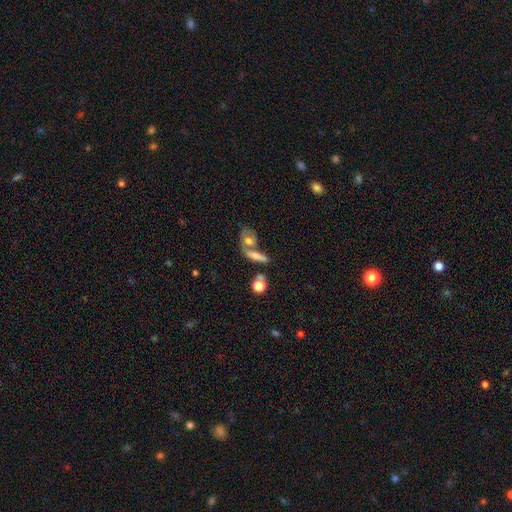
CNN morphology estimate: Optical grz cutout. It shows a smooth galaxy with no disk features (48%). Merging: merger (44%).